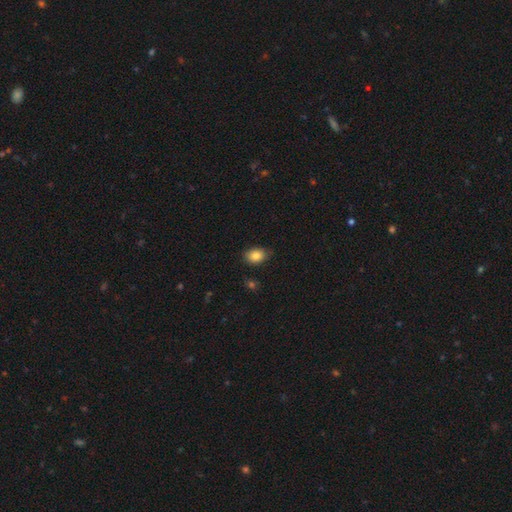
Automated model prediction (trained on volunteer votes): Smooth or featured? smooth (86%)
How rounded? in between (74%)
Merging? none (79%)